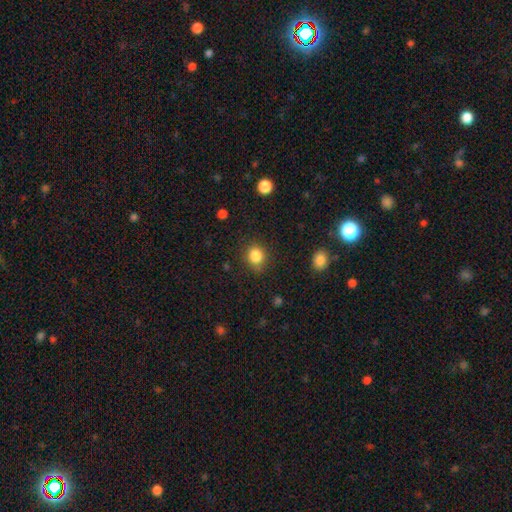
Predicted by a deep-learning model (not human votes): Smooth or featured? smooth (85%)
How rounded? round (77%)
Merging? none (82%)